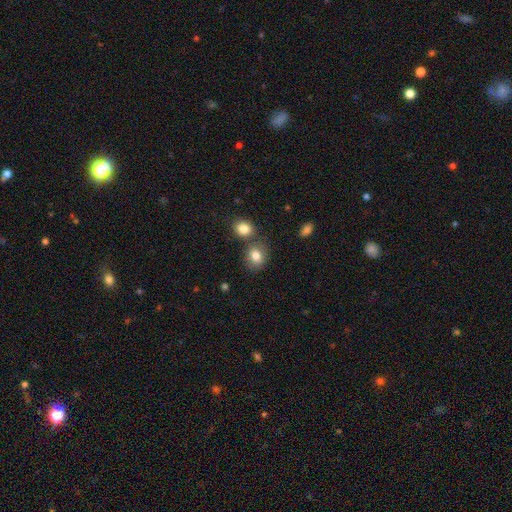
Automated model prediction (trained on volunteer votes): This appears to be a smooth galaxy with no disk features (82%) that is round (54%). Merging: none (64%).